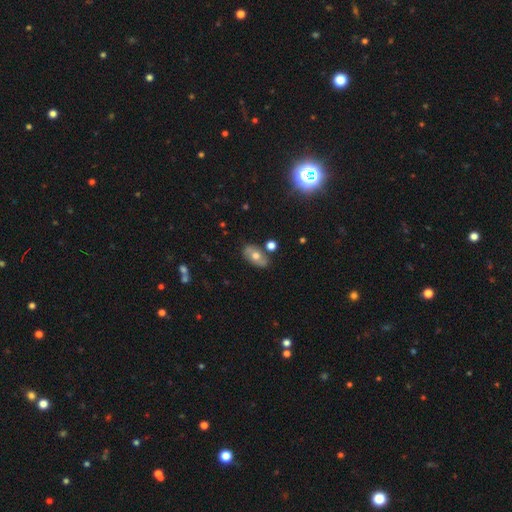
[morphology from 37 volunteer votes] smooth_or_featured: smooth (p=0.54) [alt: featured or disk p=0.41]
how_rounded: in between (p=0.75) [alt: round p=0.15]
merging: none (p=0.86) [alt: minor disturbance p=0.09]